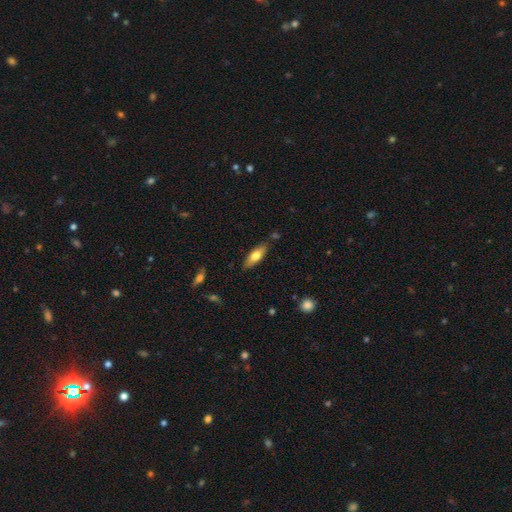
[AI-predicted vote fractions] Smooth or featured? smooth (65%)
How rounded? in between (58%)
Merging? none (81%)